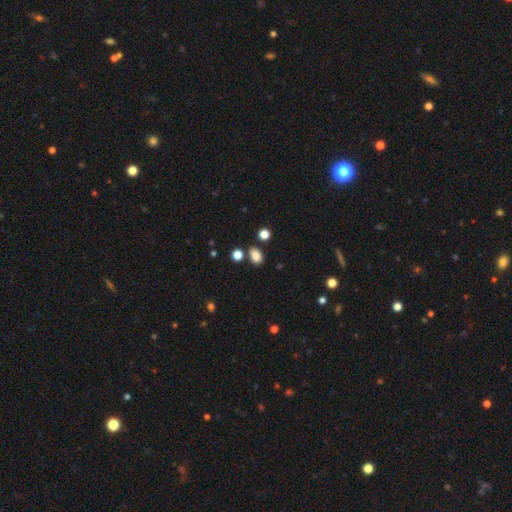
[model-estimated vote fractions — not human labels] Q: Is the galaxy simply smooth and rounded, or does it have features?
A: smooth — 84%.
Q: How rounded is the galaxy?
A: in between — 79%.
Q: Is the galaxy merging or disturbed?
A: none — 78%.